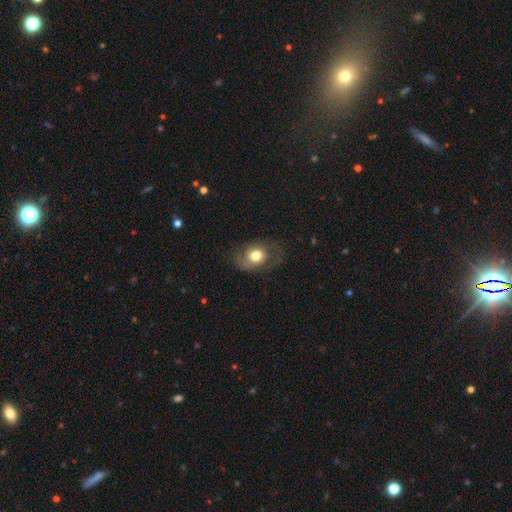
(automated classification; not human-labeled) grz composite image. It shows a smooth galaxy with no disk features (56%) that is in between round and cigar-shaped (55%). Merging: none (61%).